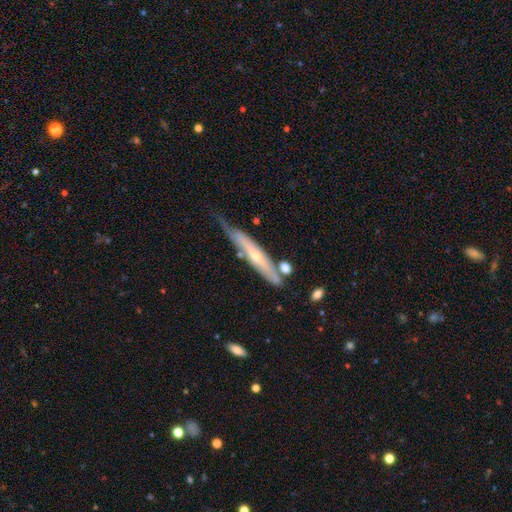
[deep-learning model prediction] smooth-or-featured: featured or disk: 63% | smooth: 31% | star or artifact: 6%
  disk-edge-on: yes: 78% | no: 22%
  merging: none: 53% | minor disturbance: 31% | major disturbance: 9% | merger: 8%